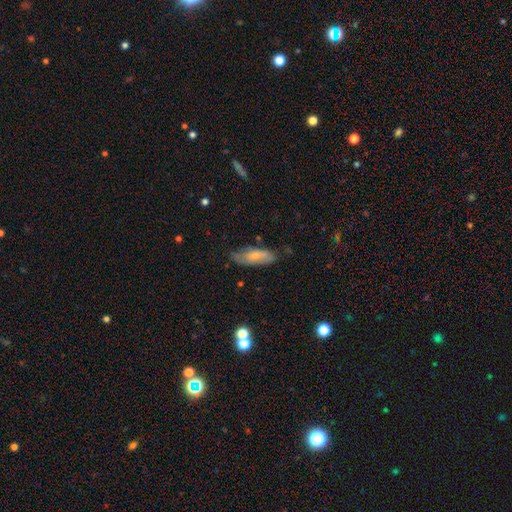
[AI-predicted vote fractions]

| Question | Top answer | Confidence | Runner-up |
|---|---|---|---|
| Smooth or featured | smooth | 63% | featured or disk (30%) |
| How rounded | in between | 72% | cigar-shaped (26%) |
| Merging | none | 70% | minor disturbance (23%) |